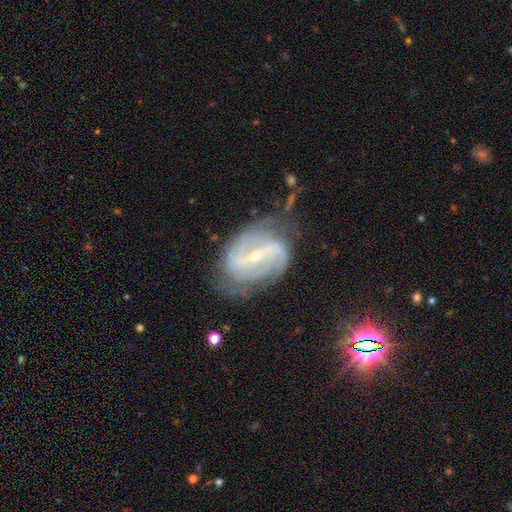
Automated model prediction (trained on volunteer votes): Morphology: type=featured or disk (89%); edge-on=no (97%); bar=strong (58%); spiral arms=yes (96%); winding=medium (45%); arm count=2 (73%); bulge=small (74%); merging=none (62%).